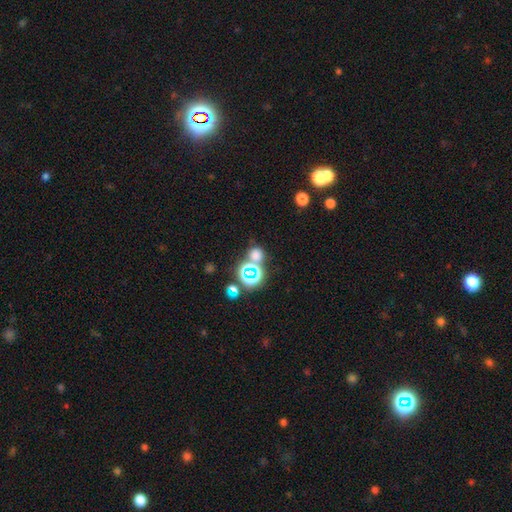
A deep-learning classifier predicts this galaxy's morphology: Smooth or featured? smooth (60%)
How rounded? round (83%)
Merging? none (63%)